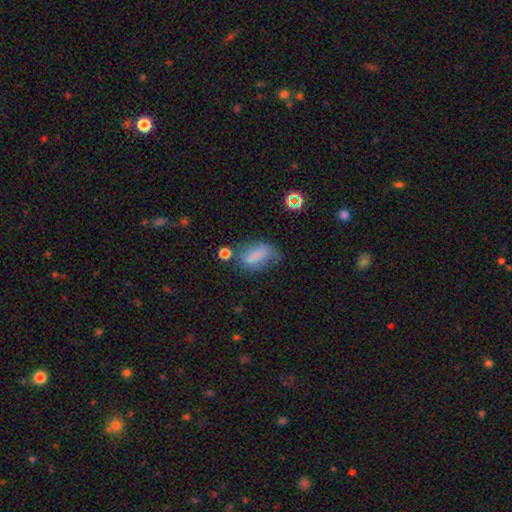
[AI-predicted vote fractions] A smooth galaxy with no disk features (69%) that is in between round and cigar-shaped (82%). Merging: none (39%).